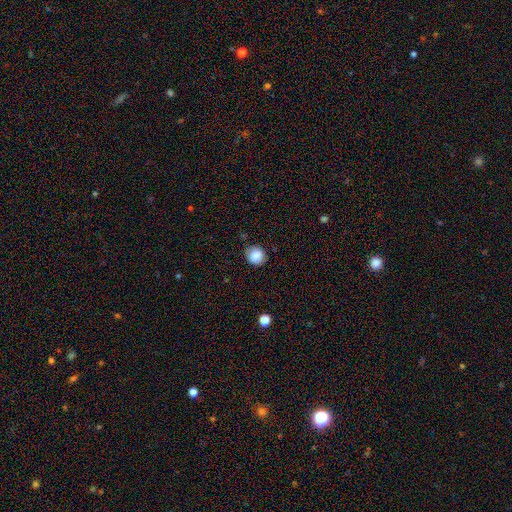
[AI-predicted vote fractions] Smooth or featured? Predicted: smooth (p=0.86). How rounded? Predicted: round (p=0.83). Merging? Predicted: none (p=0.81).